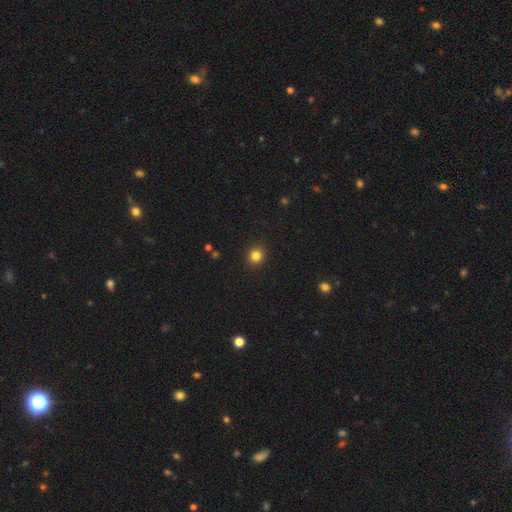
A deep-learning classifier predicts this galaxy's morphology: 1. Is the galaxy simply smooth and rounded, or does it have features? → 83% smooth, 13% star or artifact, 5% featured or disk.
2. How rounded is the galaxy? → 89% round, 11% in between, 1% cigar-shaped.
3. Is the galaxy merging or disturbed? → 92% none, 5% minor disturbance, 2% major disturbance, 1% merger.